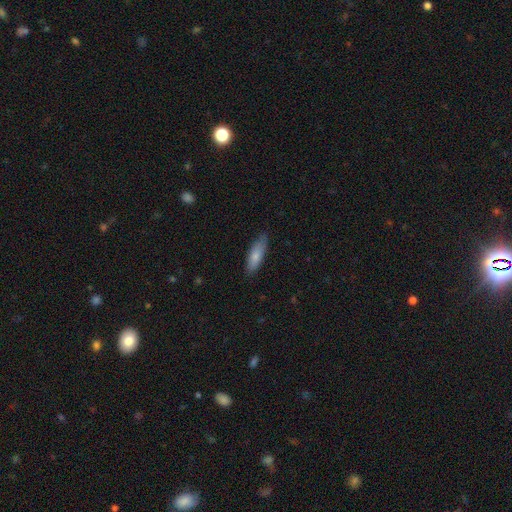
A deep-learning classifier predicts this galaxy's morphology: The model was most divided on "how rounded": in between: 52%, cigar-shaped: 46%, round: 2%. More confident: smooth or featured — smooth (79%); merging — none (79%).